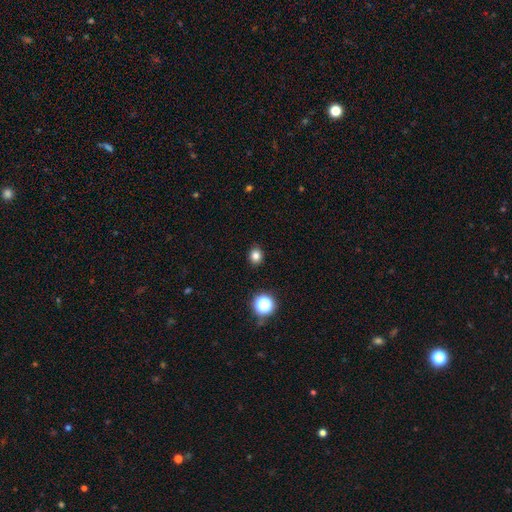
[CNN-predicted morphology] Q: Smooth or featured?
A: smooth (81%); runner-up: star or artifact (15%)
Q: How rounded?
A: round (74%); runner-up: in between (25%)
Q: Merging?
A: none (90%); runner-up: minor disturbance (7%)